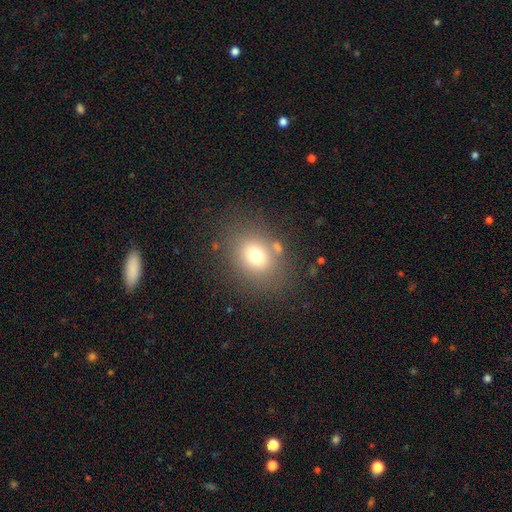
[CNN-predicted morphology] The model was most divided on "how rounded": in between: 53%, round: 46%, cigar-shaped: 1%. More confident: merging — none (75%); smooth or featured — smooth (72%).